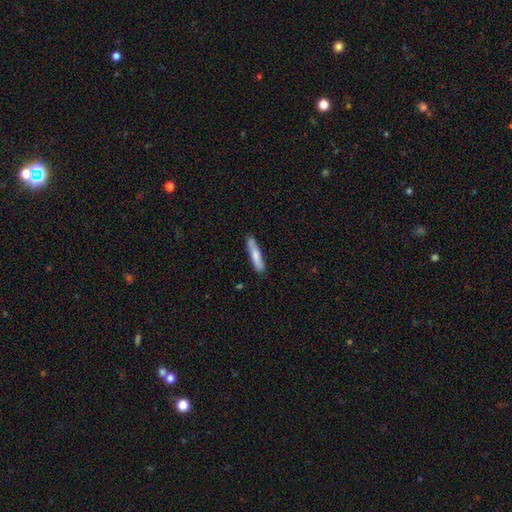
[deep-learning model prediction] smooth 75%, featured or disk 20%, star or artifact 5%. Down the decision tree: how rounded — cigar-shaped (86%); merging — none (81%).